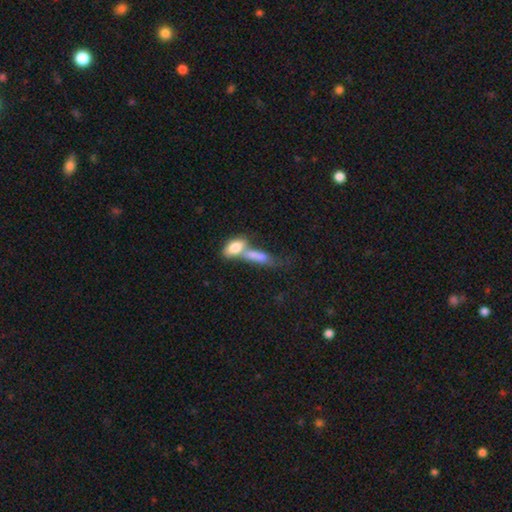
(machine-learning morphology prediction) smooth 75%, featured or disk 17%, star or artifact 8%. Down the decision tree: how rounded — in between (68%); merging — merger (64%).